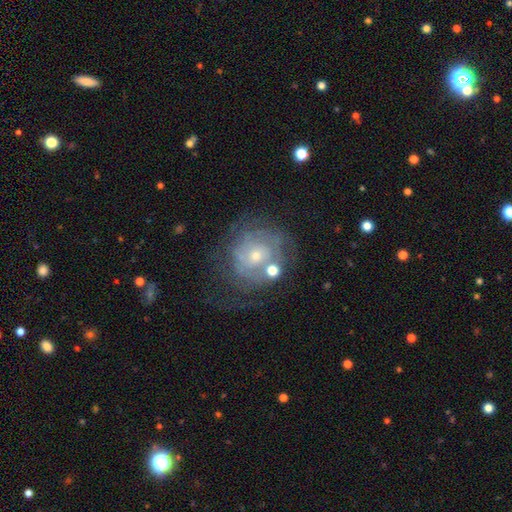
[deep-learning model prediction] The model was most divided on "bulge size": small: 58%, moderate: 37%, large: 2%, none: 2%, dominant: 1%. More confident: edge-on disk — no (97%); spiral arms — yes (78%); bar — no (75%); smooth or featured — featured or disk (72%); spiral winding — tight (66%); merging — none (56%); spiral arm count — can't tell (54%).